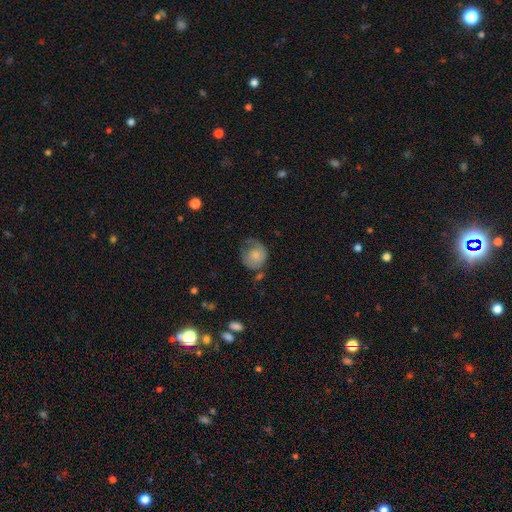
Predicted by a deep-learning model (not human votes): smooth_or_featured: smooth (p=0.58) [alt: featured or disk p=0.34]
how_rounded: round (p=0.73) [alt: in between p=0.26]
merging: none (p=0.38) [alt: minor disturbance p=0.31]